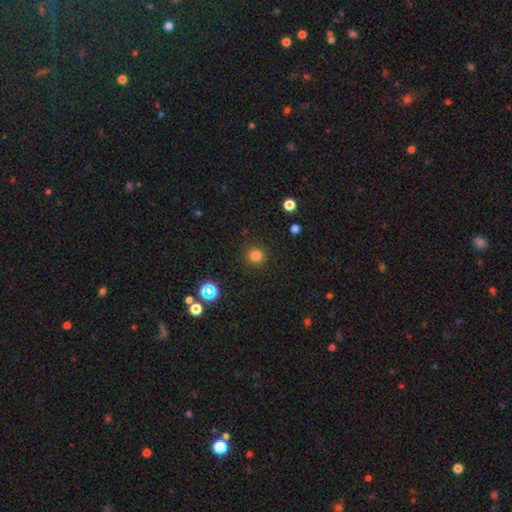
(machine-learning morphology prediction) Overall: smooth (79%). How rounded: round (95%). Merging: none (91%).